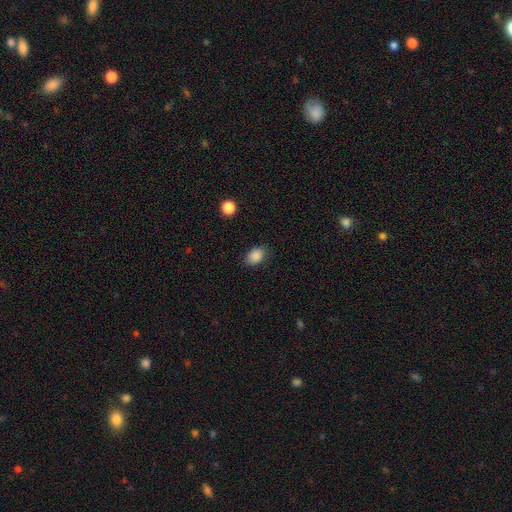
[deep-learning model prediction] This appears to be a smooth galaxy with no disk features (88%) that is in between round and cigar-shaped (81%). Merging: none (81%).